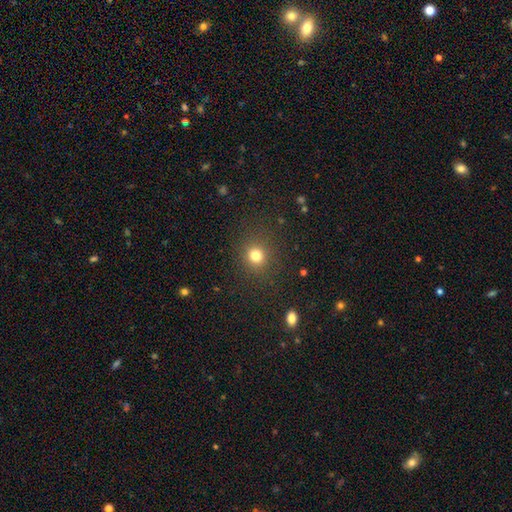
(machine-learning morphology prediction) Overall: smooth (80%). How rounded: round (87%). Merging: none (87%).